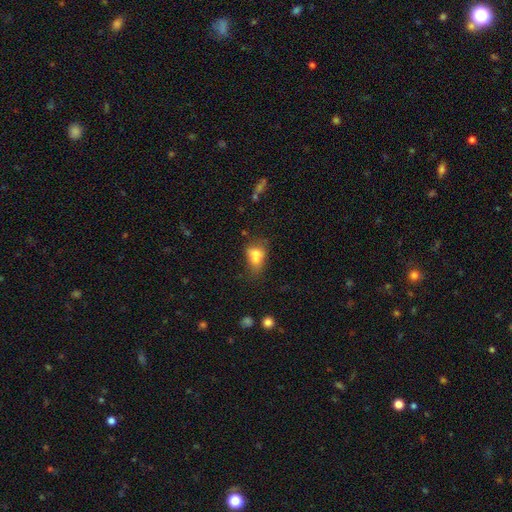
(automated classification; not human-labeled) Morphology: type=smooth (68%); roundness=in between (72%); merging=merger (40%).